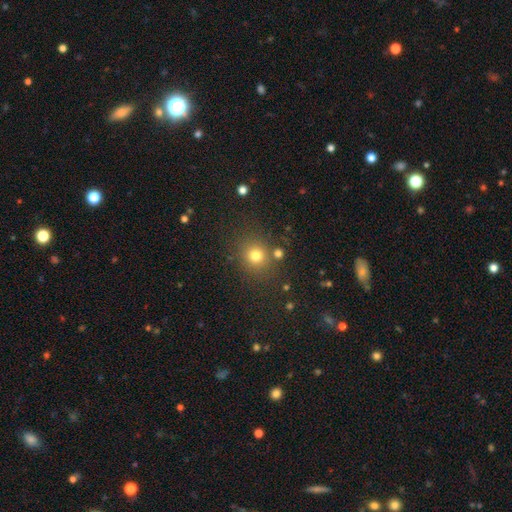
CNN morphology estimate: The model was most divided on "smooth or featured": smooth: 76%, star or artifact: 17%, featured or disk: 7%. More confident: how rounded — round (84%); merging — none (79%).